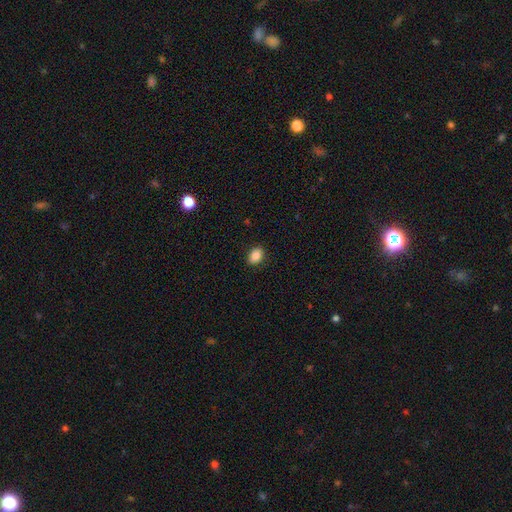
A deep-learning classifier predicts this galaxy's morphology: type=smooth (87%); roundness=in between (73%); merging=none (88%).